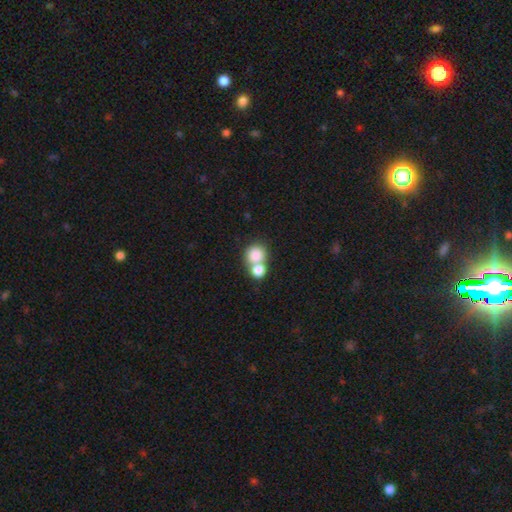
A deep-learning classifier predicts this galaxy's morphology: This is clearly a smooth galaxy (81%). How rounded: likely round (80%). Merging: possibly merger (57%).